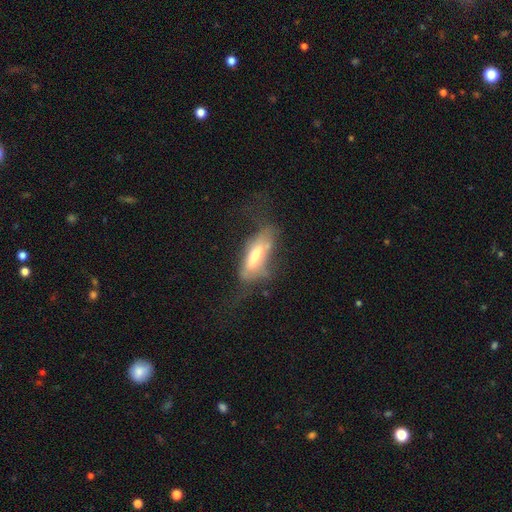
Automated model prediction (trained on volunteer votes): This is possibly a smooth galaxy (47%). Merging: marginally none (38%).